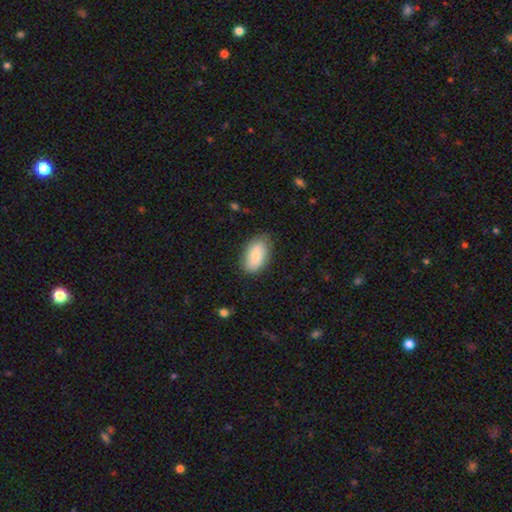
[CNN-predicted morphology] Overall: smooth (79%). How rounded: in between (94%). Merging: none (77%).